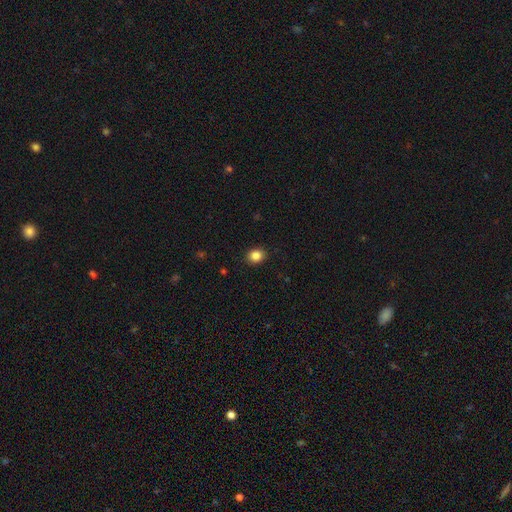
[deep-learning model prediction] Smooth or featured? Predicted: smooth (p=0.86). How rounded? Predicted: round (p=0.67). Merging? Predicted: none (p=0.90).